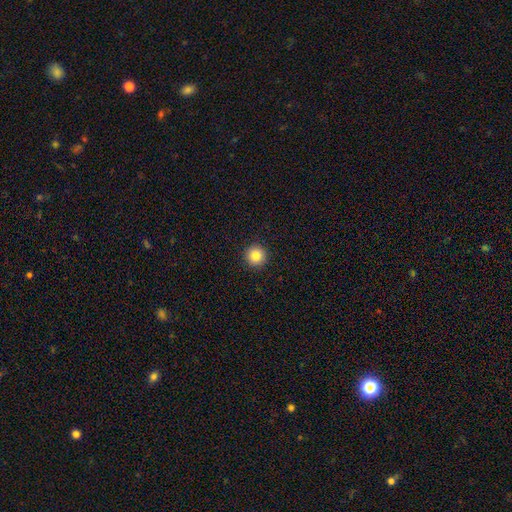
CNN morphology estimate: Overall: smooth (84%). How rounded: round (96%). Merging: none (93%).